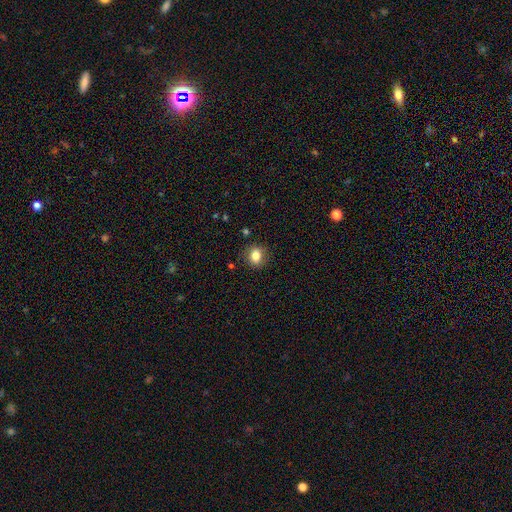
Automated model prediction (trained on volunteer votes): This is clearly a smooth galaxy (82%). How rounded: likely round (71%). Merging: clearly none (85%).